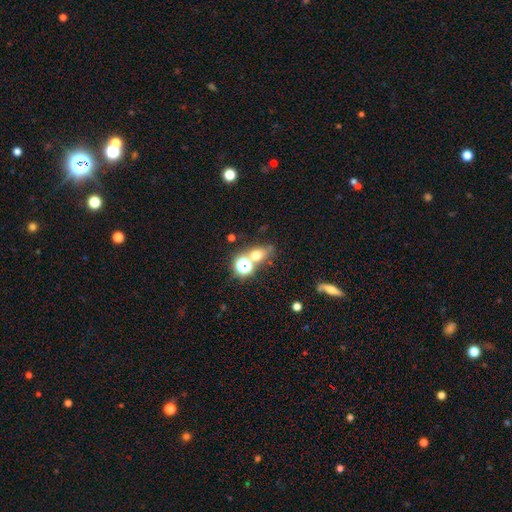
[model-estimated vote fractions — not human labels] smooth_or_featured: smooth (p=0.58) [alt: star or artifact p=0.29]
how_rounded: round (p=0.50) [alt: in between p=0.47]
merging: none (p=0.55) [alt: merger p=0.27]